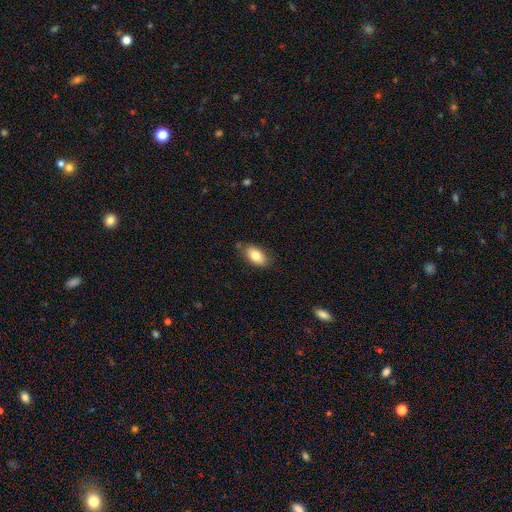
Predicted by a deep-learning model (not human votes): Smooth or featured: smooth — 81% (featured or disk — 12%)
How rounded: in between — 92% (round — 4%)
Merging: none — 77% (minor disturbance — 17%)